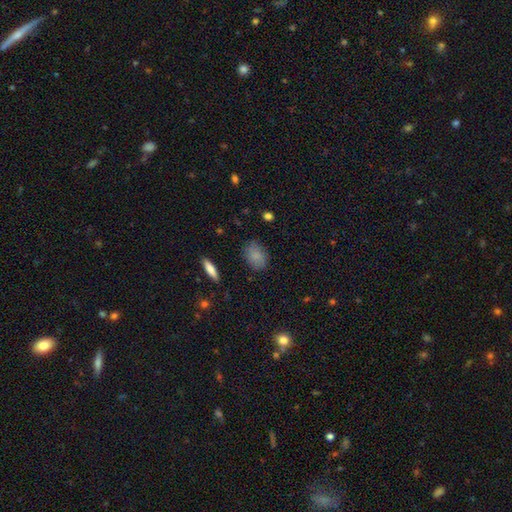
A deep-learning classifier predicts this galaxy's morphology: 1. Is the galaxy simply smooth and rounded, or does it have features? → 84% smooth, 8% star or artifact, 7% featured or disk.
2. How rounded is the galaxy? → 79% in between, 18% round, 2% cigar-shaped.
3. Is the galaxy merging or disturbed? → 81% none, 14% minor disturbance, 3% major disturbance, 1% merger.